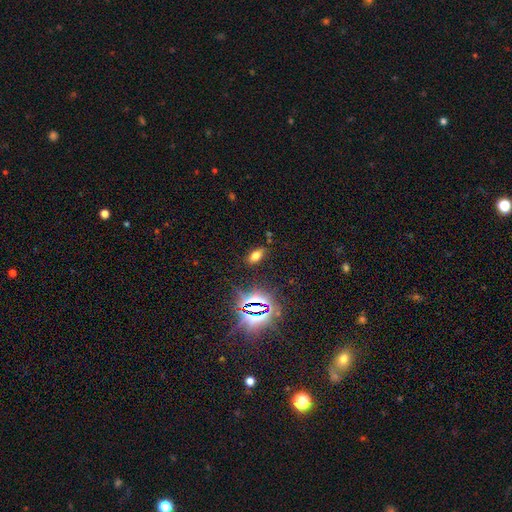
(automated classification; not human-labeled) smooth_or_featured: smooth (p=0.61) [alt: star or artifact p=0.28]
how_rounded: in between (p=0.86) [alt: round p=0.08]
merging: none (p=0.84) [alt: minor disturbance p=0.10]